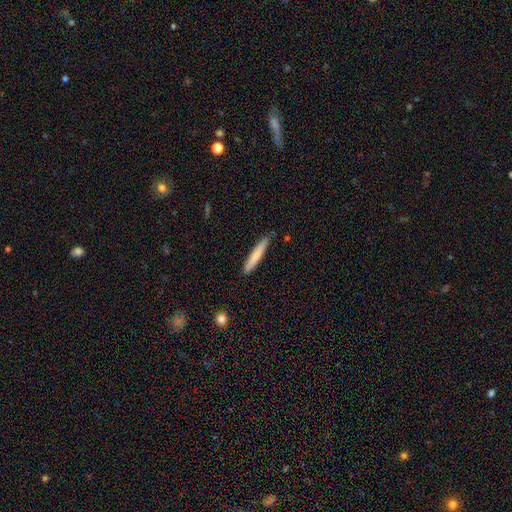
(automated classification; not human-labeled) Morphology: type=smooth (74%); roundness=cigar-shaped (95%); merging=none (86%).